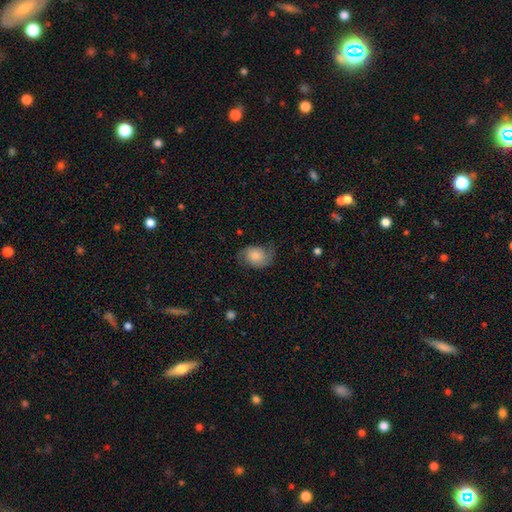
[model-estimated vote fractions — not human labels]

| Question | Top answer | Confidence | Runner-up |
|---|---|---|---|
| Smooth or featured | smooth | 49% | featured or disk (43%) |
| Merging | none | 60% | minor disturbance (26%) |